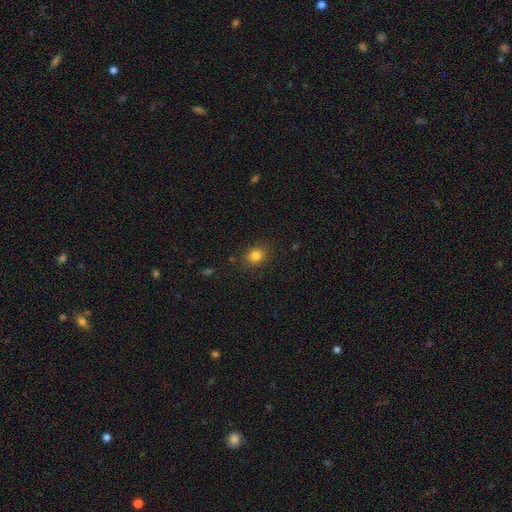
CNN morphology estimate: smooth-or-featured: smooth: 82% | star or artifact: 11% | featured or disk: 6%
  how-rounded: round: 60% | in between: 39% | cigar-shaped: 1%
  merging: none: 85% | minor disturbance: 11% | major disturbance: 3% | merger: 1%